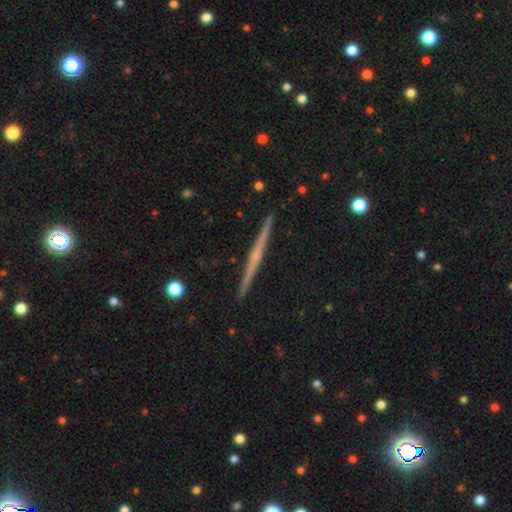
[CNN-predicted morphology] smooth-or-featured: featured or disk: 68% | smooth: 26% | star or artifact: 6%
  disk-edge-on: yes: 98% | no: 2%
    edge-on-bulge: none: 75% | rounded: 19% | boxy: 6%
  merging: none: 93% | minor disturbance: 5% | merger: 1% | major disturbance: 1%